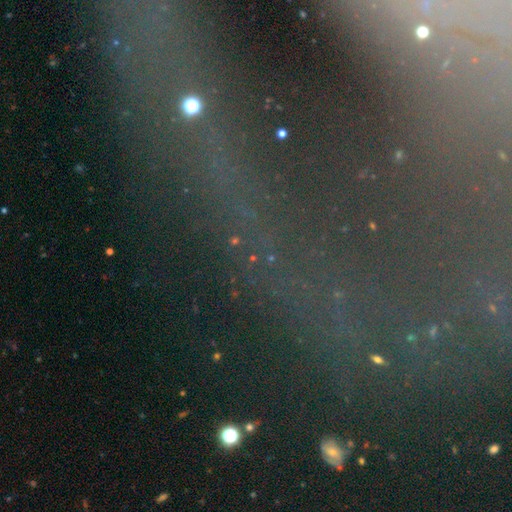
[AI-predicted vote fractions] A star or artifact, not a galaxy (77%).

Vote fractions:
- Smooth or featured? star or artifact: 77% / smooth: 12% / featured or disk: 11%